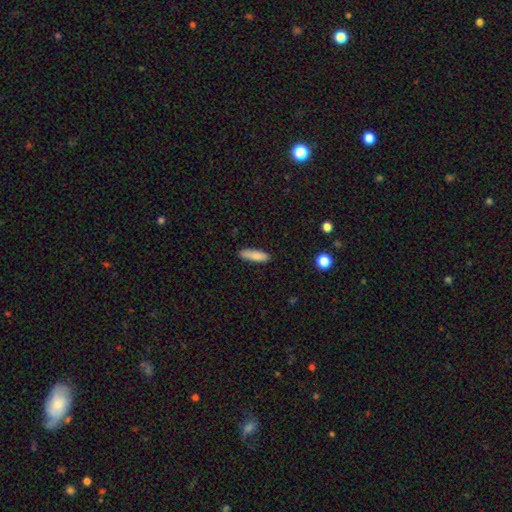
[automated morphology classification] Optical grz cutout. It shows a smooth galaxy with no disk features (82%) that is cigar-shaped (60%). Merging: none (84%).